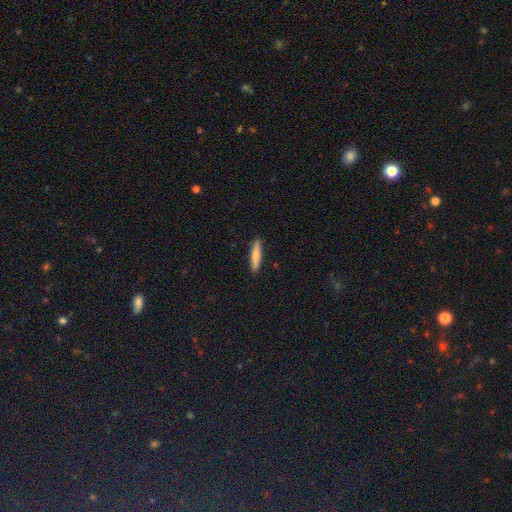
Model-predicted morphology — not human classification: type=smooth (73%); roundness=cigar-shaped (88%); merging=none (91%).